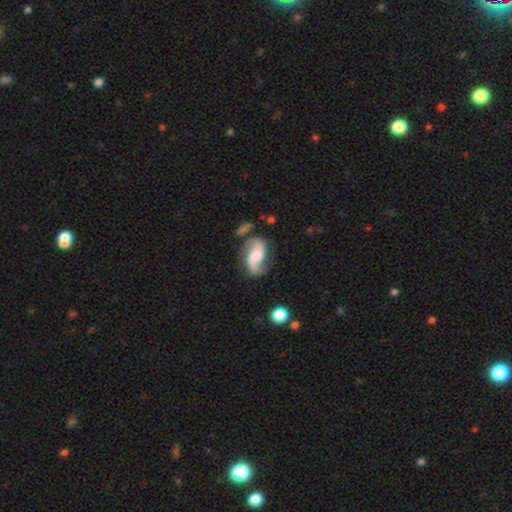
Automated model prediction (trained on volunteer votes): Q: Smooth or featured?
A: featured or disk (83%); runner-up: smooth (11%)
Q: Edge-on disk?
A: no (97%); runner-up: yes (3%)
Q: Bar?
A: no (48%); runner-up: weak (38%)
Q: Spiral arms?
A: yes (96%); runner-up: no (4%)
Q: Spiral winding?
A: loose (61%); runner-up: medium (31%)
Q: Spiral arm count?
A: 2 (92%); runner-up: can't tell (2%)
Q: Bulge size?
A: moderate (47%); runner-up: small (29%)
Q: Merging?
A: none (71%); runner-up: minor disturbance (17%)